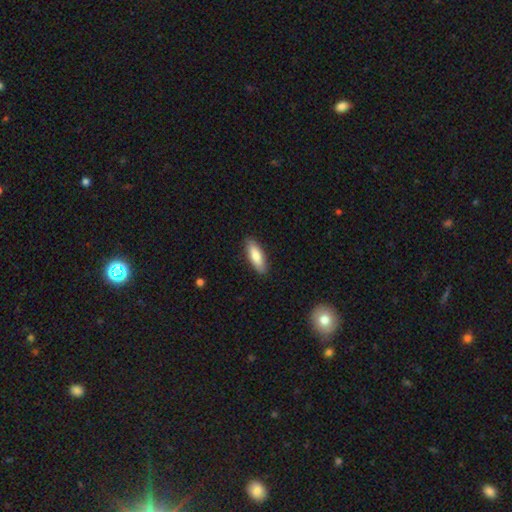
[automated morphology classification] This is likely a smooth galaxy (78%). How rounded: possibly in between (58%). Merging: clearly none (88%).